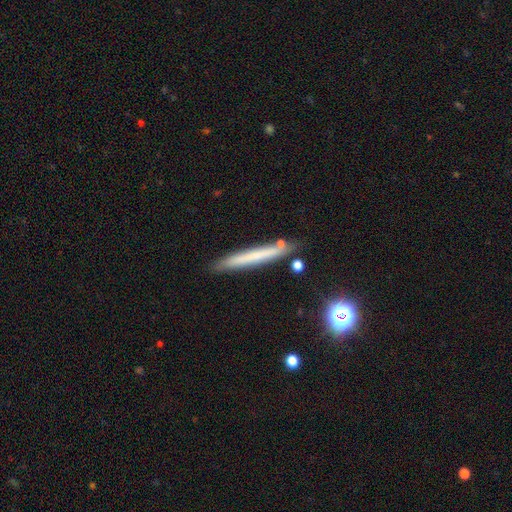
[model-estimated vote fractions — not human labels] This appears to be a smooth galaxy with no disk features (58%) that is cigar-shaped (96%). Merging: none (83%).